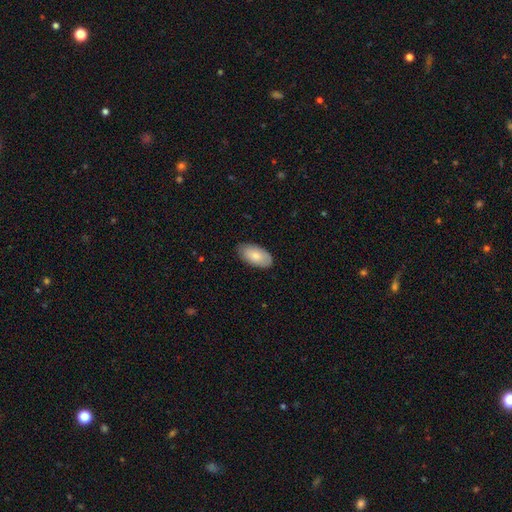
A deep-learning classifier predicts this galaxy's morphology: type=smooth (80%); roundness=in between (95%); merging=none (83%).